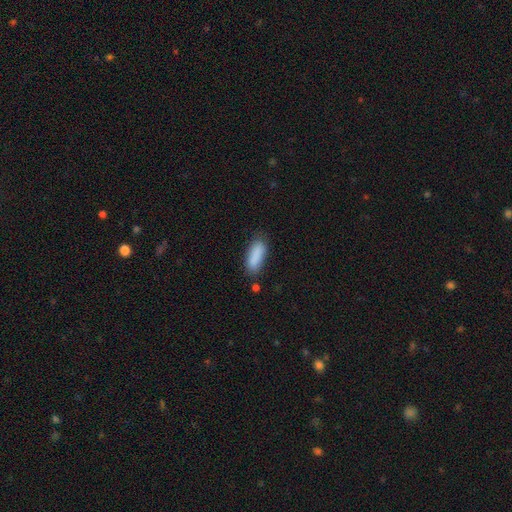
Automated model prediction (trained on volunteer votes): Smooth or featured? Predicted: smooth (p=0.87). How rounded? Predicted: in between (p=0.67). Merging? Predicted: none (p=0.74).